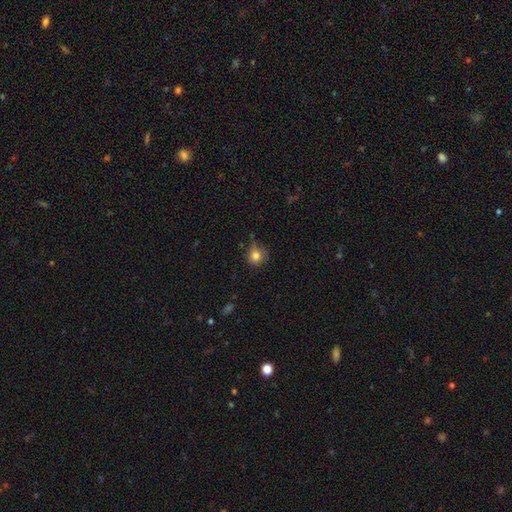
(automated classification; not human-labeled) smooth 81%, star or artifact 11%, featured or disk 8%. Down the decision tree: how rounded — round (84%); merging — none (64%).